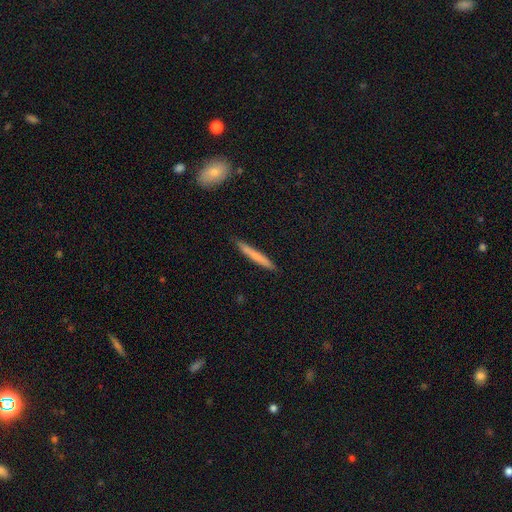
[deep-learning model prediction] smooth_or_featured: smooth (p=0.68) [alt: featured or disk p=0.27]
how_rounded: cigar-shaped (p=0.96) [alt: in between p=0.03]
merging: none (p=0.88) [alt: minor disturbance p=0.09]